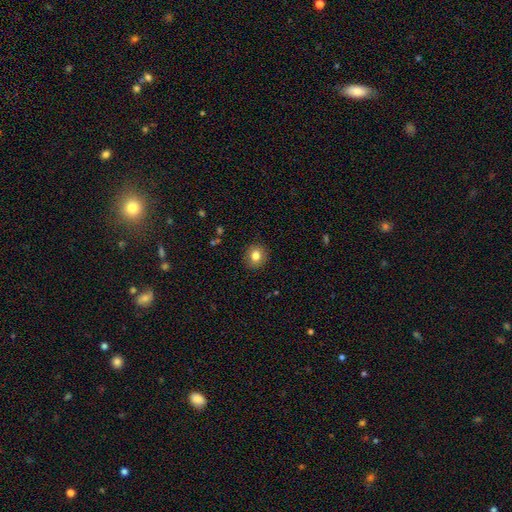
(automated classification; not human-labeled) Smooth or featured?
  - smooth: 82% *
  - star or artifact: 10%
  - featured or disk: 9%
How rounded?
  - round: 79% *
  - in between: 20%
  - cigar-shaped: 1%
Merging?
  - none: 90% *
  - minor disturbance: 7%
  - major disturbance: 2%
  - merger: 1%